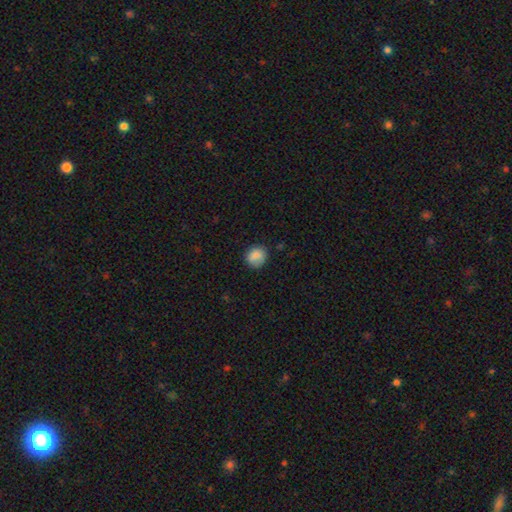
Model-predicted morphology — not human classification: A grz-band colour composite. It shows a smooth galaxy with no disk features (86%) that is round (77%). Merging: none (78%).